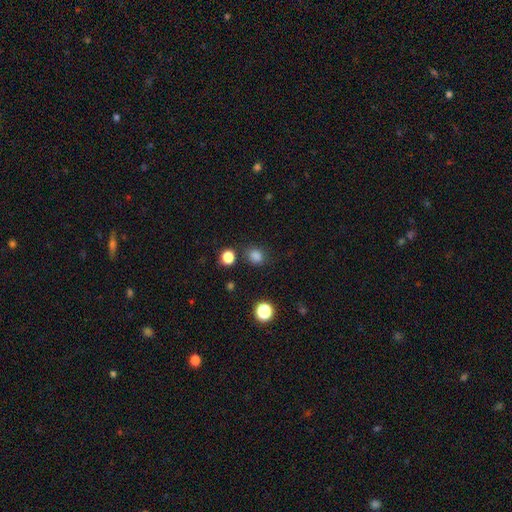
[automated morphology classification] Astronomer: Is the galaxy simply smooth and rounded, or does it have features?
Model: smooth — 81%.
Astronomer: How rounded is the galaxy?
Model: round — 72%.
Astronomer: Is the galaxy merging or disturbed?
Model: none — 81%.